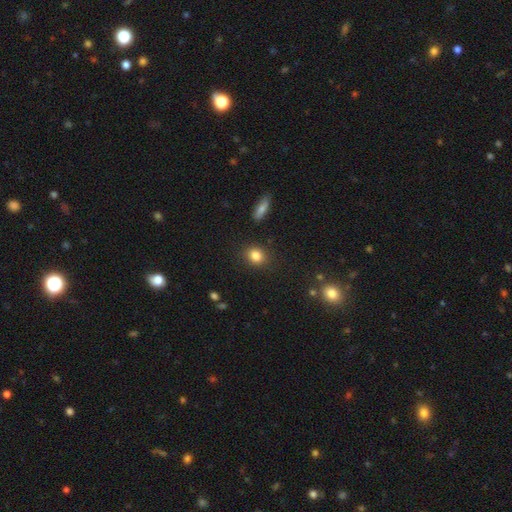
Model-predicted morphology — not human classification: A smooth galaxy with no disk features (84%) that is round (62%). Merging: none (87%).